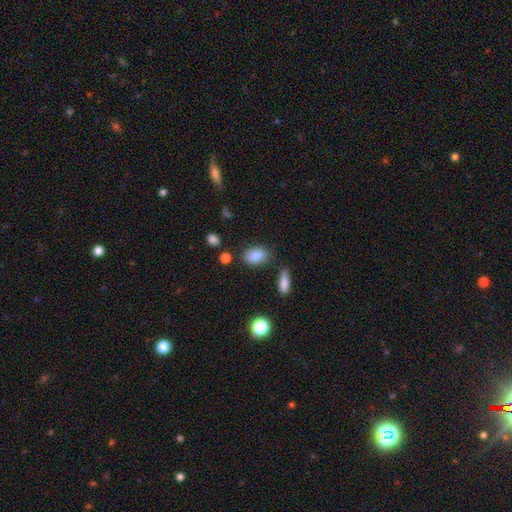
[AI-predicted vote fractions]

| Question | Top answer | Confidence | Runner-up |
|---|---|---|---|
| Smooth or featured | smooth | 86% | star or artifact (9%) |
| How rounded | in between | 86% | round (12%) |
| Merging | none | 72% | minor disturbance (17%) |